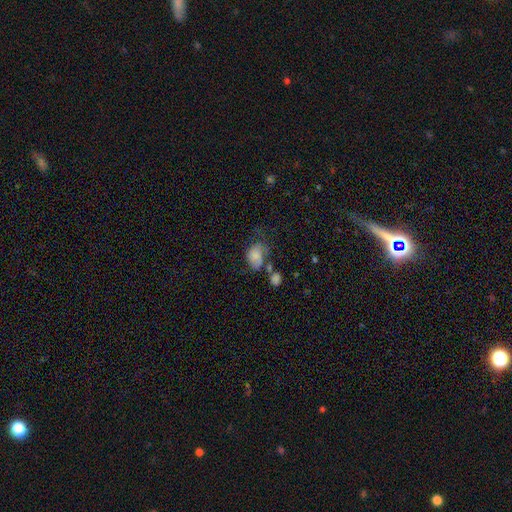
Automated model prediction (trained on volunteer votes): This appears to be a smooth galaxy with no disk features (69%) that is in between round and cigar-shaped (74%). Merging: major disturbance (28%).